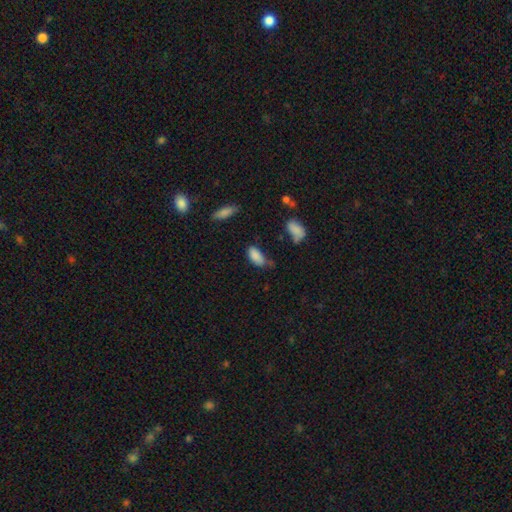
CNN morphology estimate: Overall: smooth (84%). How rounded: in between (90%). Merging: none (46%; minor disturbance 36%).